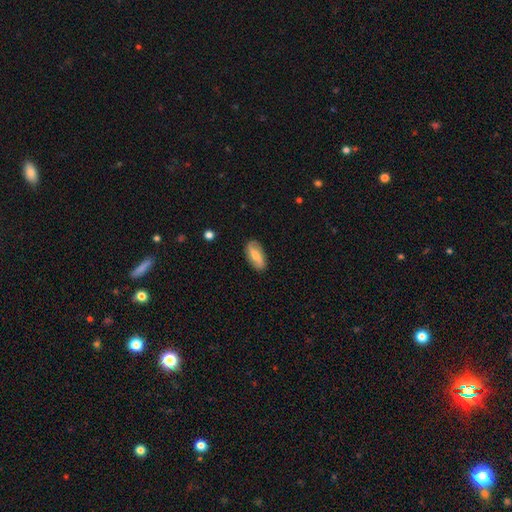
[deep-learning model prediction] Overall: smooth (51%; featured or disk 43%). How rounded: in between (85%). Merging: none (85%).